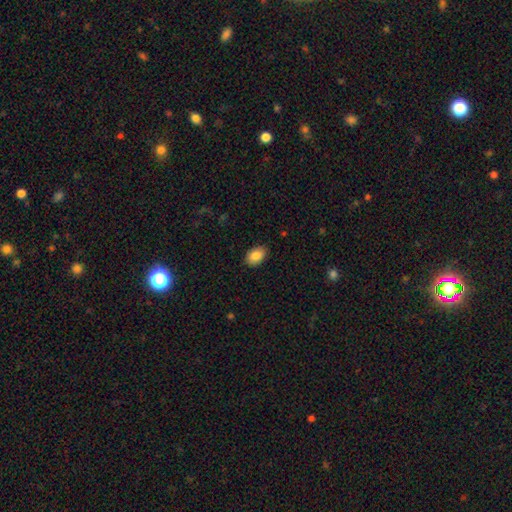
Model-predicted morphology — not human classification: Overall: smooth (87%). How rounded: in between (88%). Merging: none (86%).